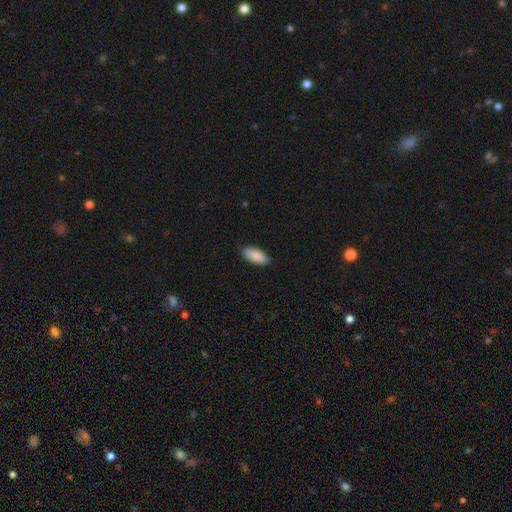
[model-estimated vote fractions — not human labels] A smooth galaxy with no disk features (90%) that is in between round and cigar-shaped (88%).

Vote fractions:
- Smooth or featured? smooth: 90% / star or artifact: 6% / featured or disk: 4%
- How rounded? in between: 88% / cigar-shaped: 11% / round: 2%
- Merging? none: 87% / minor disturbance: 10% / major disturbance: 2% / merger: 1%